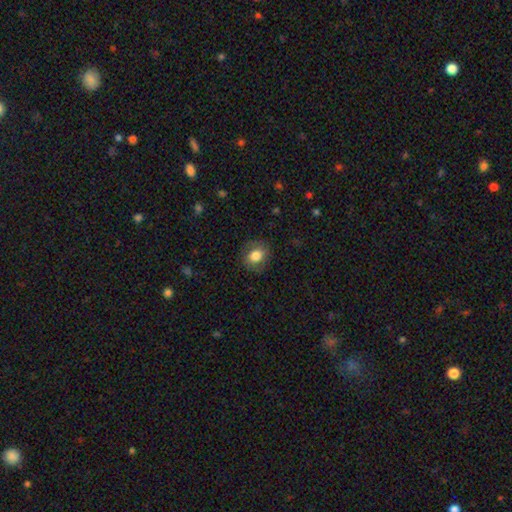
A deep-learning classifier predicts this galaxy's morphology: A smooth galaxy with no disk features (77%) that is round (65%). Merging: none (80%).